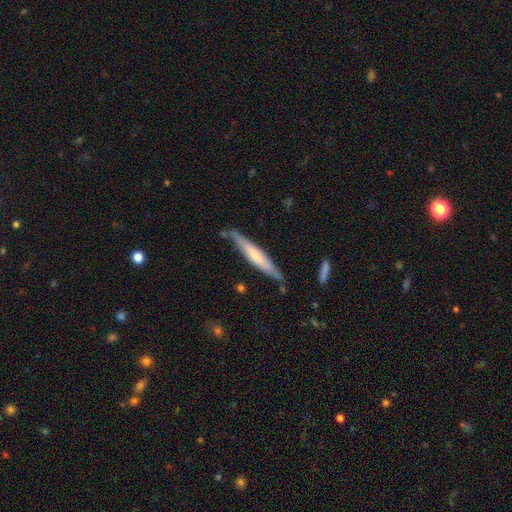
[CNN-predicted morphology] Smooth or featured?
  - smooth: 52% *
  - featured or disk: 42%
  - star or artifact: 5%
How rounded?
  - cigar-shaped: 93% *
  - in between: 6%
  - round: 1%
Merging?
  - none: 76% *
  - minor disturbance: 17%
  - merger: 4%
  - major disturbance: 3%